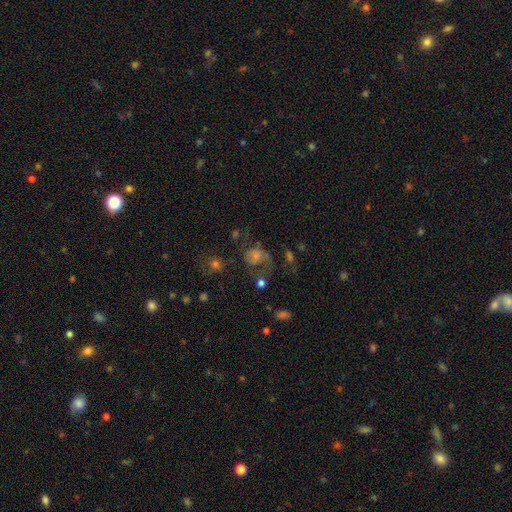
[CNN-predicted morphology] smooth-or-featured: featured or disk: 43% | smooth: 29% | star or artifact: 27%
  merging: none: 44% | major disturbance: 29% | minor disturbance: 18% | merger: 9%